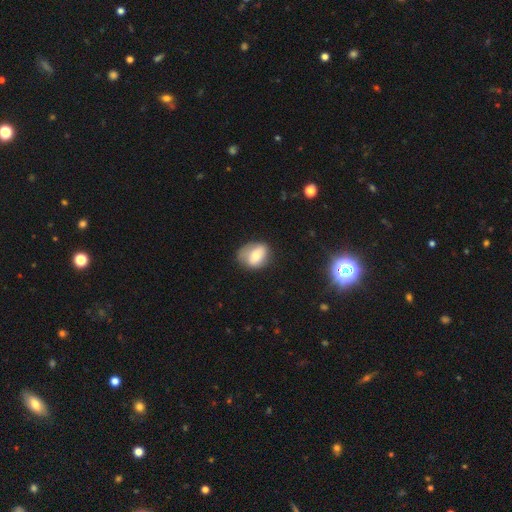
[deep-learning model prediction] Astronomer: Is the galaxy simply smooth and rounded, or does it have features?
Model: smooth — 67%.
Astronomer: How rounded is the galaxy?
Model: in between — 60% (runner-up: round, 39%).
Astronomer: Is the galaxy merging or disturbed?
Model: none — 59%.